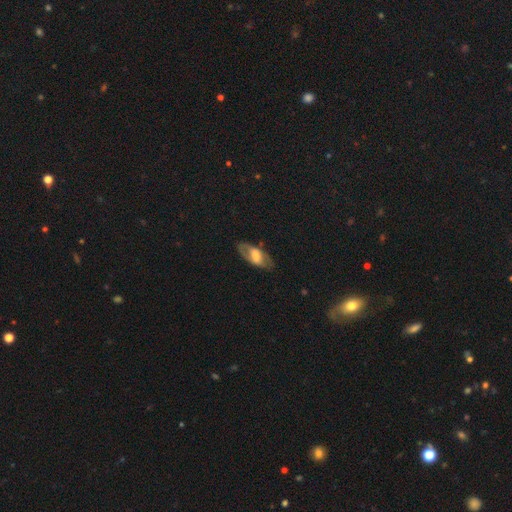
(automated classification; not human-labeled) Smooth or featured? Predicted: featured or disk (p=0.48). Merging? Predicted: none (p=0.73).